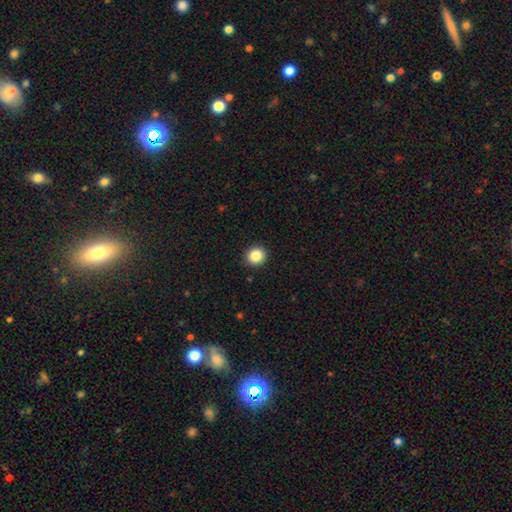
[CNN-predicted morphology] A smooth galaxy with no disk features (86%) that is round (89%). Merging: none (92%).